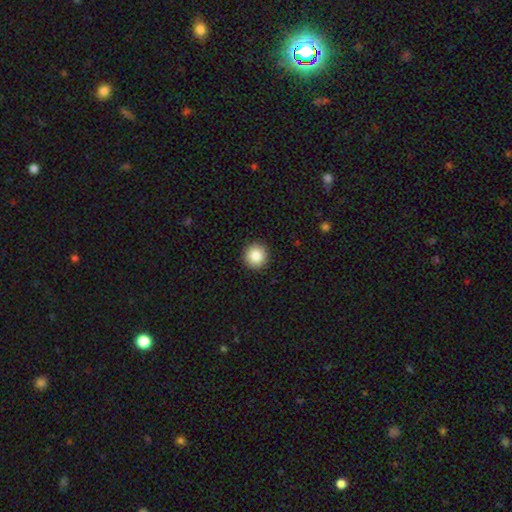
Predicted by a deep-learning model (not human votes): This appears to be a smooth galaxy with no disk features (85%) that is round (94%). Merging: none (92%).